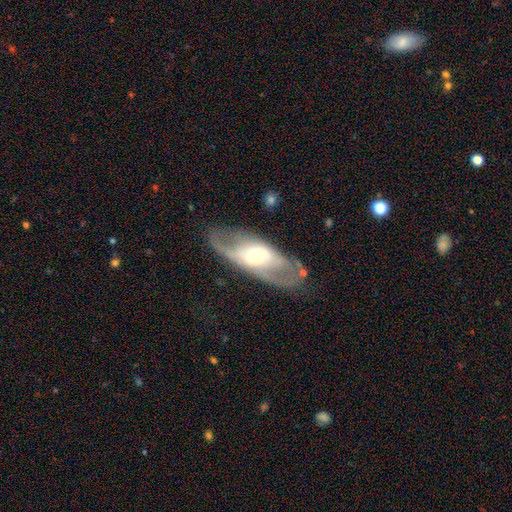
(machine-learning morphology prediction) Overall: featured or disk (73%). Edge-on disk: no (83%). Bar: no (43%; weak 32%). Spiral arms: yes (69%; no 31%). Bulge size: moderate (47%; small 37%). Merging: none (73%).